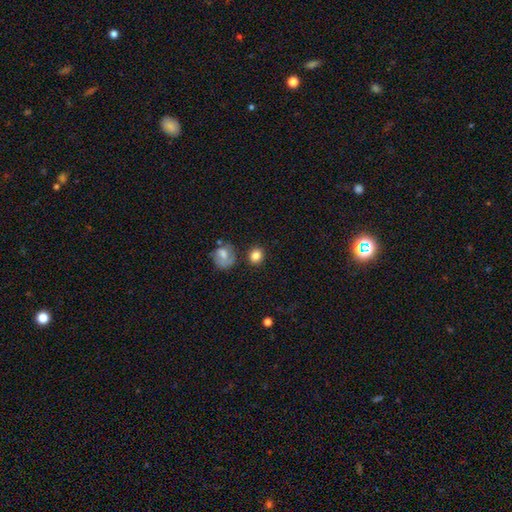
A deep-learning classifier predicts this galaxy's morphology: smooth 83%, star or artifact 10%, featured or disk 7%. Down the decision tree: how rounded — round (78%); merging — none (80%).